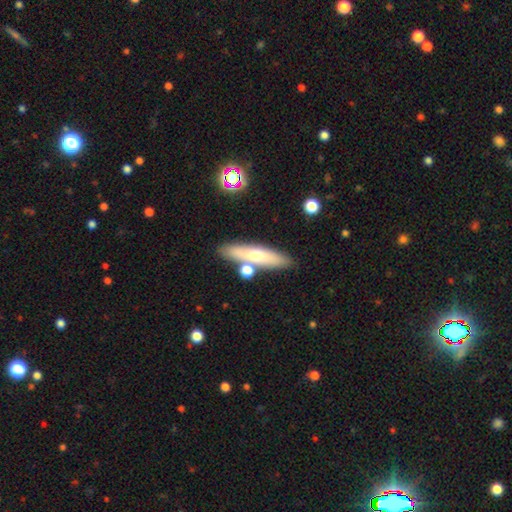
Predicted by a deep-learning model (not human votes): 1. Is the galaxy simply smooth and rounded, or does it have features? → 56% smooth, 36% featured or disk, 9% star or artifact.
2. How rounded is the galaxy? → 79% cigar-shaped, 18% in between, 3% round.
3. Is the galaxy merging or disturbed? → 77% none, 10% merger, 10% minor disturbance, 3% major disturbance.